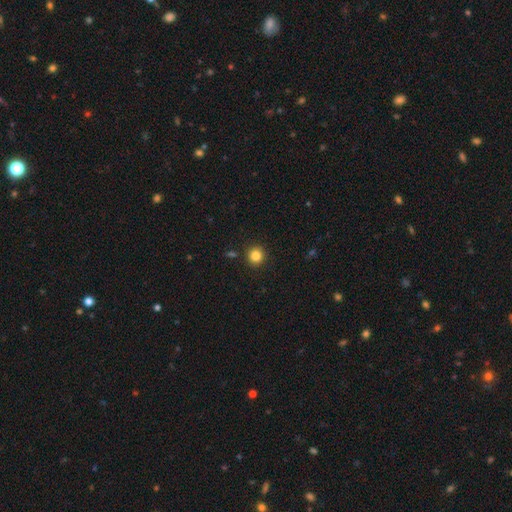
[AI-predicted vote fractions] A smooth galaxy with no disk features (83%) that is round (93%). Merging: none (91%).